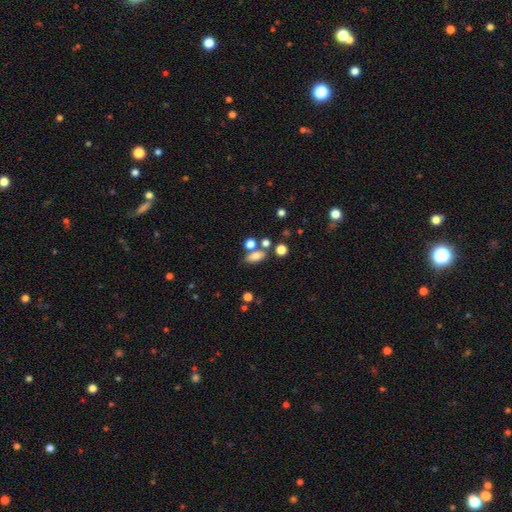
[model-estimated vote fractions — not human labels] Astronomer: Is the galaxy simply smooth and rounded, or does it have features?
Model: smooth — 74%.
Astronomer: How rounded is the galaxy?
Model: in between — 78%.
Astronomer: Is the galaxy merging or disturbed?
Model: none — 58%.